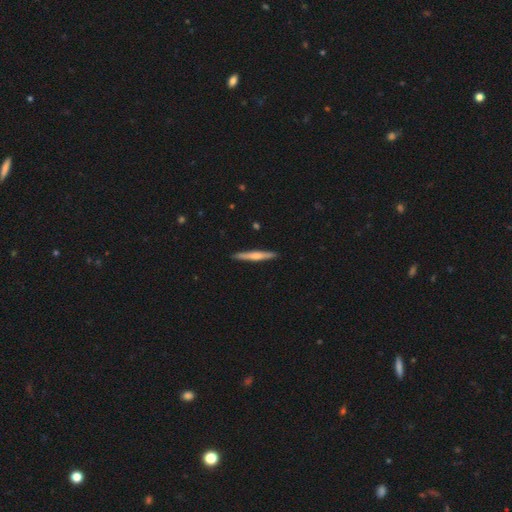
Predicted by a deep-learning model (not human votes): A smooth galaxy with no disk features (49%).

Vote fractions:
- Smooth or featured? smooth: 49% / featured or disk: 46% / star or artifact: 5%
- Merging? none: 91% / minor disturbance: 7% / major disturbance: 1% / merger: 1%